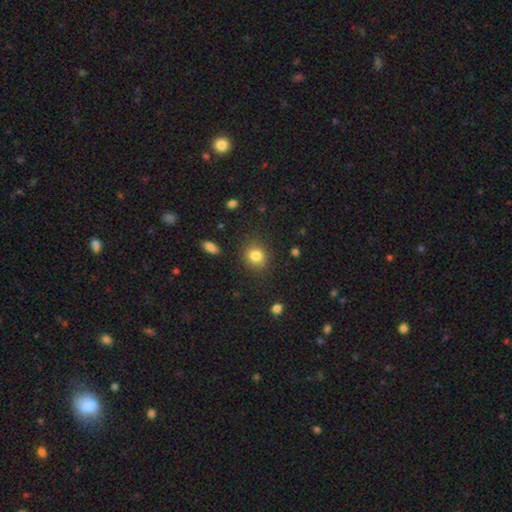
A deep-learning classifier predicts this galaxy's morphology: smooth 83%, star or artifact 10%, featured or disk 6%. Down the decision tree: how rounded — round (75%); merging — none (83%).